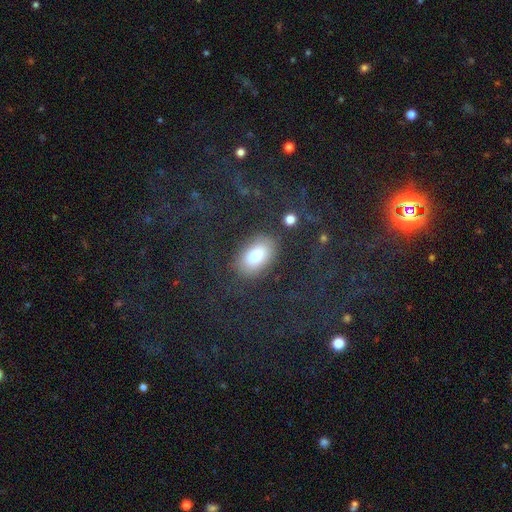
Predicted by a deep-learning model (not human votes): Smooth or featured: smooth — 73% (featured or disk — 14%)
How rounded: in between — 89% (round — 9%)
Merging: none — 75% (minor disturbance — 13%)